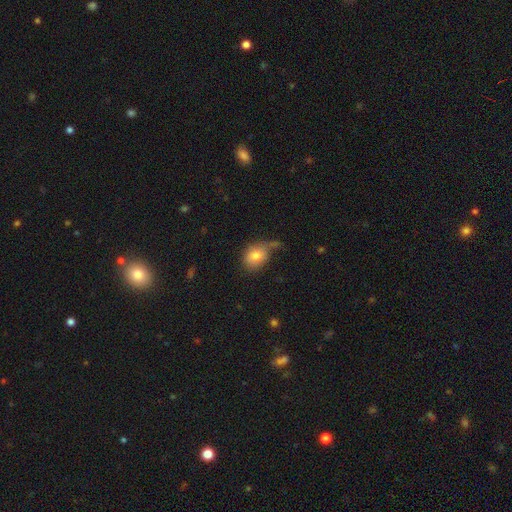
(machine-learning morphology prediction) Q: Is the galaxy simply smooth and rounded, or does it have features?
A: smooth — 77%.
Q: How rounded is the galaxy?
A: in between — 57%.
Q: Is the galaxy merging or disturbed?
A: none — 41%.